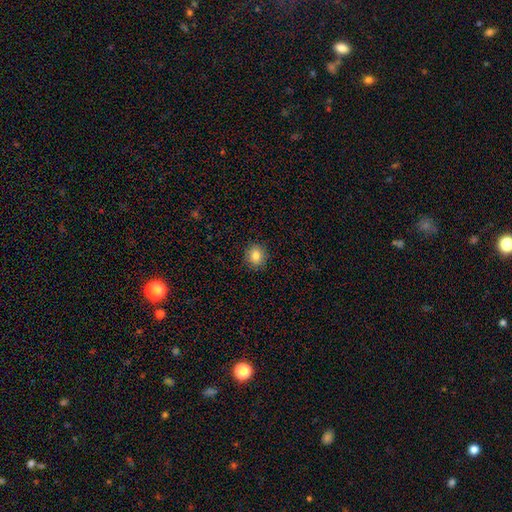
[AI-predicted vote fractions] Q: Smooth or featured?
A: smooth (83%); runner-up: star or artifact (10%)
Q: How rounded?
A: round (82%); runner-up: in between (17%)
Q: Merging?
A: none (90%); runner-up: minor disturbance (7%)